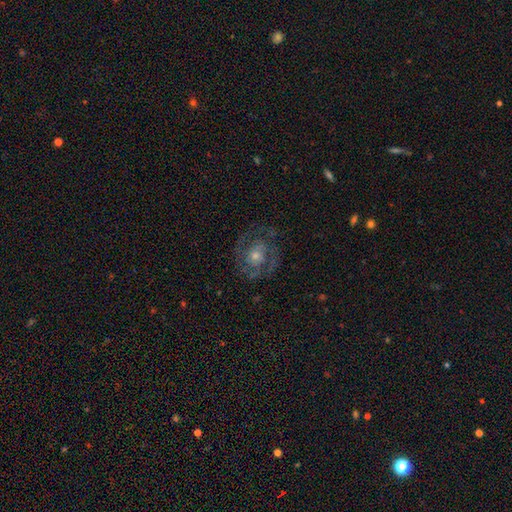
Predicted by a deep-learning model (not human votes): featured or disk 76%, smooth 15%, star or artifact 9%. Down the decision tree: edge-on disk — no (97%); bar — no (68%); spiral arms — yes (81%); spiral arm count — 2 (55%); spiral winding — tight (48%); bulge size — small (46%); merging — none (75%).